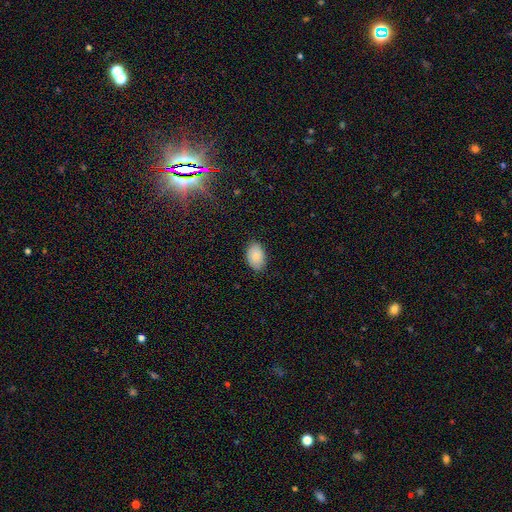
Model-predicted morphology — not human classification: Overall: smooth (87%). How rounded: in between (91%). Merging: none (85%).